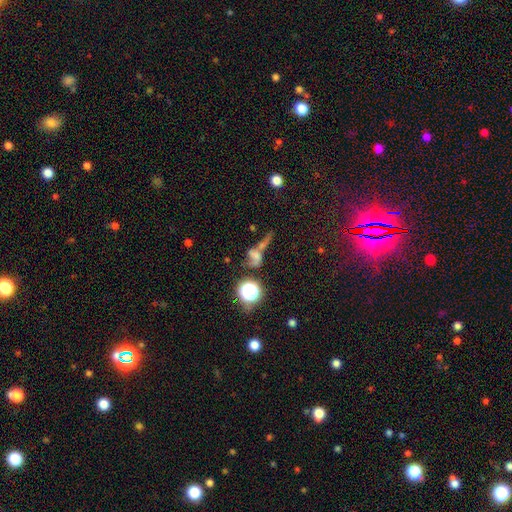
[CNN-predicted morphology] Smooth or featured? Predicted: smooth (p=0.37). Merging? Predicted: merger (p=0.37).